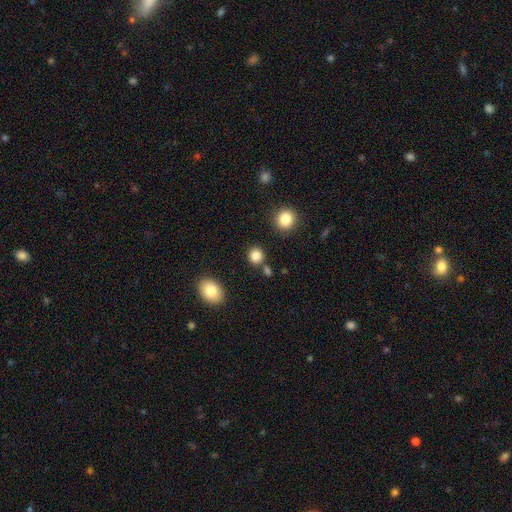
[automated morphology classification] The model was most divided on "how rounded": round: 86%, in between: 13%, cigar-shaped: 1%. More confident: smooth or featured — smooth (85%); merging — none (83%).